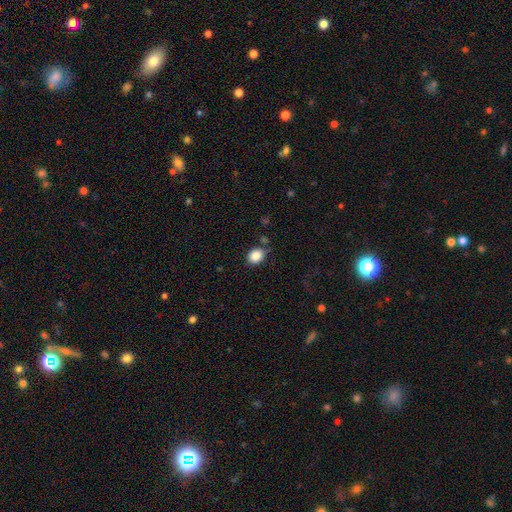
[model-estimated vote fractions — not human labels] Smooth or featured? Predicted: smooth (p=0.86). How rounded? Predicted: in between (p=0.53). Merging? Predicted: none (p=0.81).